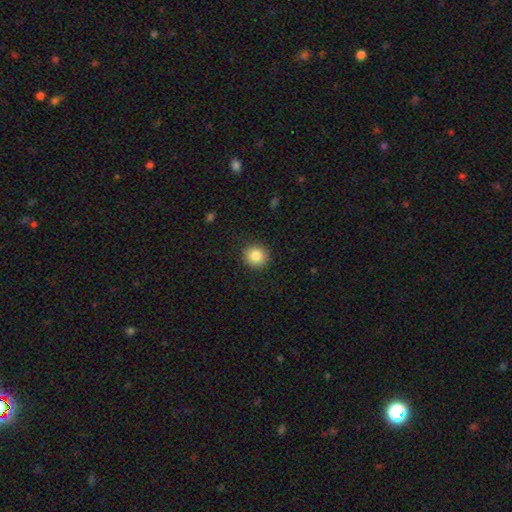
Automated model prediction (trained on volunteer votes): Q: Smooth or featured?
A: smooth (86%); runner-up: star or artifact (9%)
Q: How rounded?
A: round (92%); runner-up: in between (7%)
Q: Merging?
A: none (90%); runner-up: minor disturbance (6%)